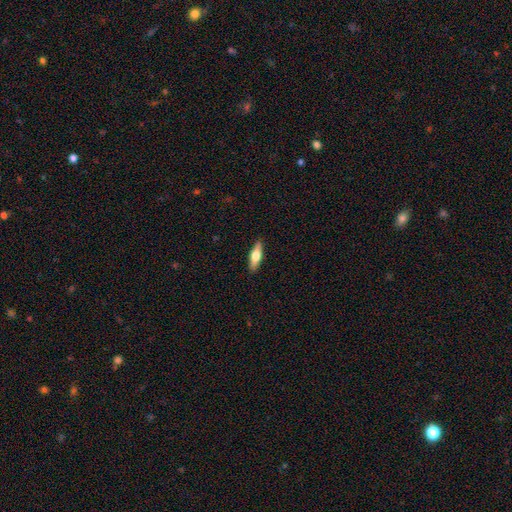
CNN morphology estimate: type=smooth (56%); roundness=in between (49%, tied with cigar-shaped); merging=none (90%).